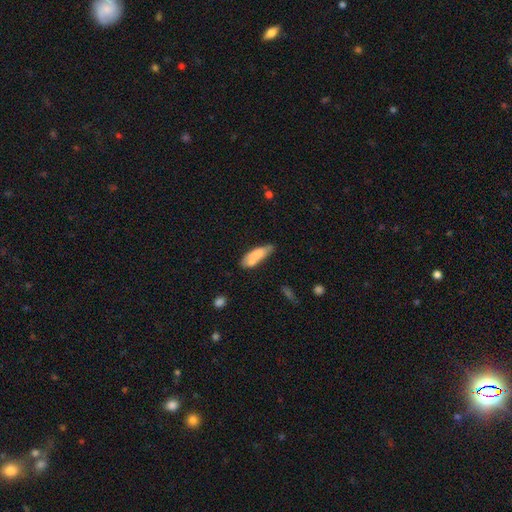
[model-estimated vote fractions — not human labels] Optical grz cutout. It shows a smooth galaxy with no disk features (73%) that is in between round and cigar-shaped (60%). Merging: none (43%).